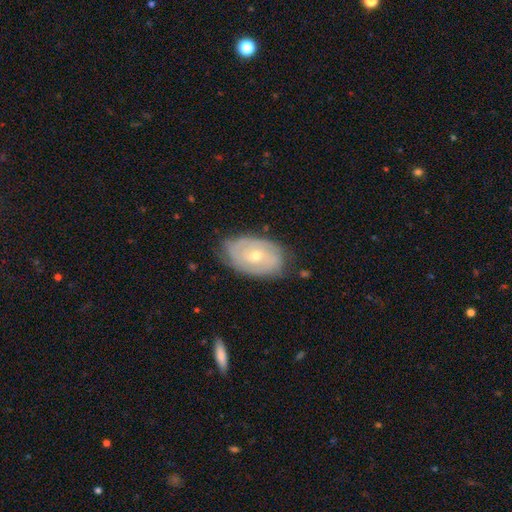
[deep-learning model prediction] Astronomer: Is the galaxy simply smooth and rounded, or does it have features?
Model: featured or disk — 71%.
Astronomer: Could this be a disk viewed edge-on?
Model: no — 94%.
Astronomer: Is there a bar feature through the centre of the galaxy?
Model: no — 66%.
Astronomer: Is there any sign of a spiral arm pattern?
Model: yes — 82%.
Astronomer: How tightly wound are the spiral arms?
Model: tight — 68%.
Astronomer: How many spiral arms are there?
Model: can't tell — 46% (runner-up: 2, 30%).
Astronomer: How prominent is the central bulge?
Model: small — 53% (runner-up: moderate, 44%).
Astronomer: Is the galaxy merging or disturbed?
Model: none — 73%.